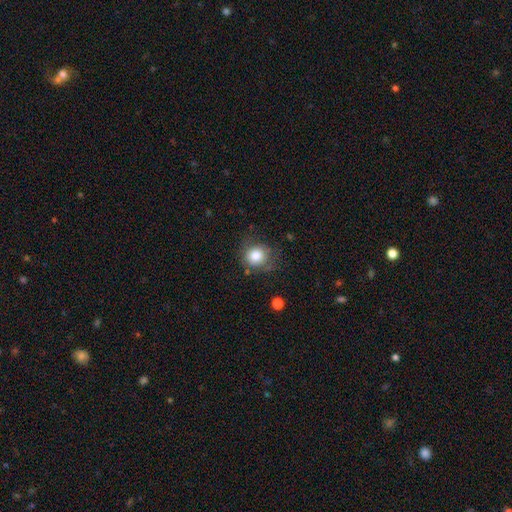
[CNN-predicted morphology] Smooth or featured? Predicted: smooth (p=0.80). How rounded? Predicted: round (p=0.83). Merging? Predicted: none (p=0.72).